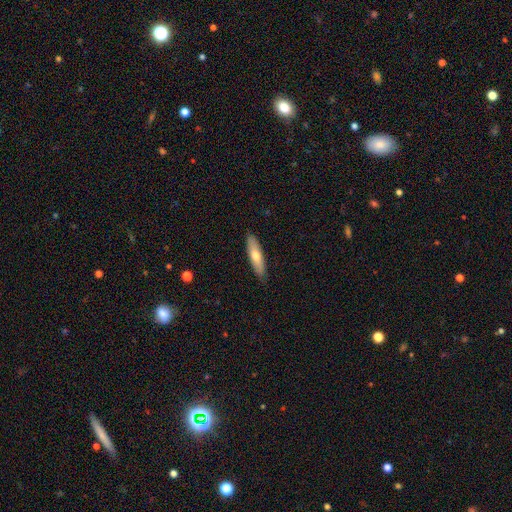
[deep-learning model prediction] Smooth or featured? Predicted: smooth (p=0.67). How rounded? Predicted: cigar-shaped (p=0.68). Merging? Predicted: none (p=0.87).